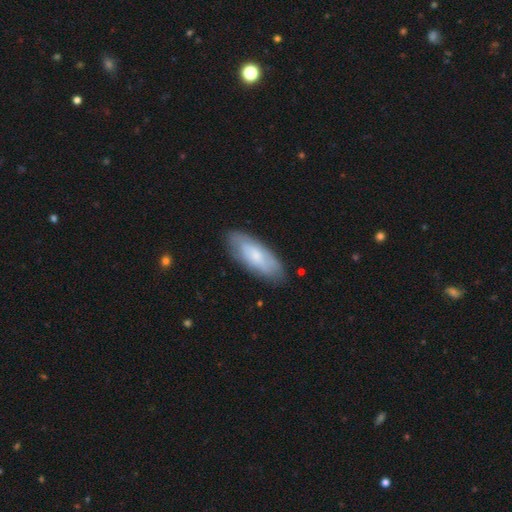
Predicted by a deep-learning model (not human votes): This is possibly a smooth galaxy (59%). How rounded: likely in between (72%). Merging: clearly none (81%).